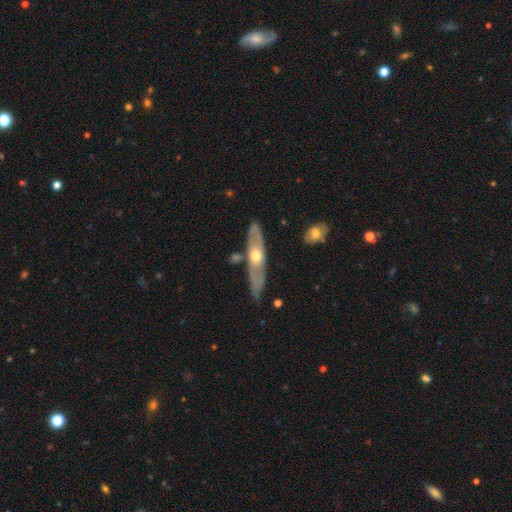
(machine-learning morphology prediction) smooth-or-featured: featured or disk: 64% | smooth: 31% | star or artifact: 5%
  disk-edge-on: yes: 57% | no: 43%
  merging: none: 76% | minor disturbance: 16% | merger: 4% | major disturbance: 4%